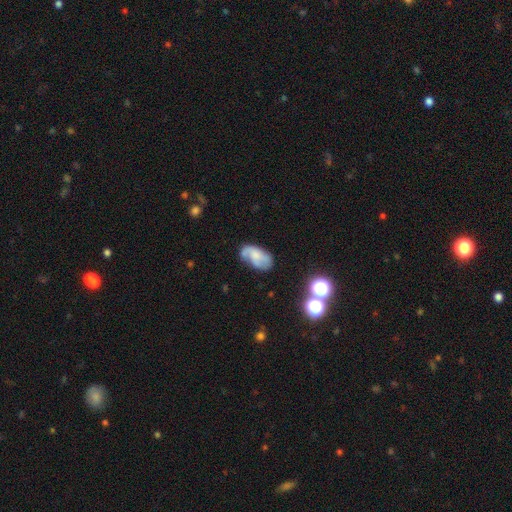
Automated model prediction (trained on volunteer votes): Morphology: type=featured or disk (49%); merging=none (47%).